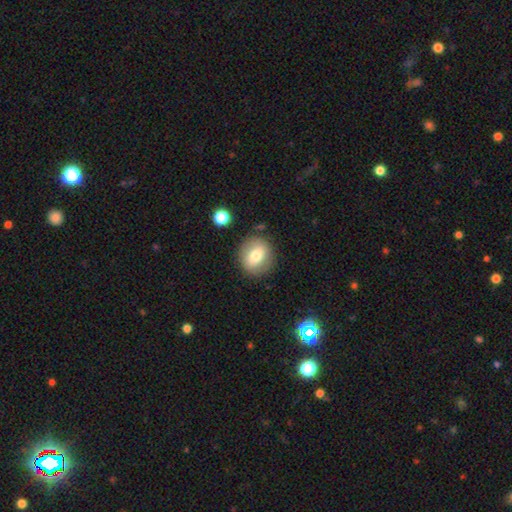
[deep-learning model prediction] The model was most divided on "how rounded": round: 72%, in between: 27%, cigar-shaped: 1%. More confident: merging — none (83%); smooth or featured — smooth (71%).